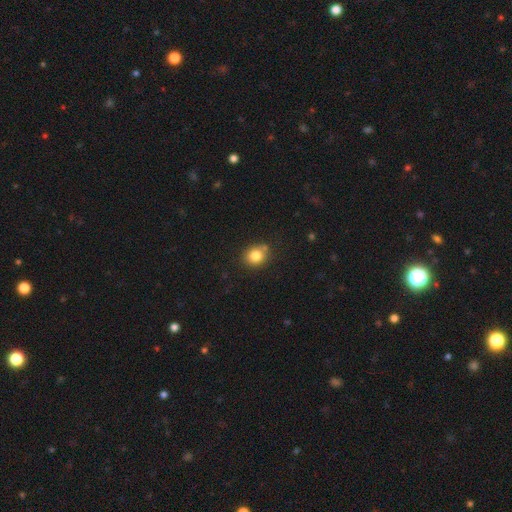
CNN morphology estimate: smooth-or-featured: smooth: 81% | star or artifact: 11% | featured or disk: 8%
  how-rounded: round: 69% | in between: 31% | cigar-shaped: 1%
  merging: none: 75% | minor disturbance: 14% | merger: 8% | major disturbance: 3%